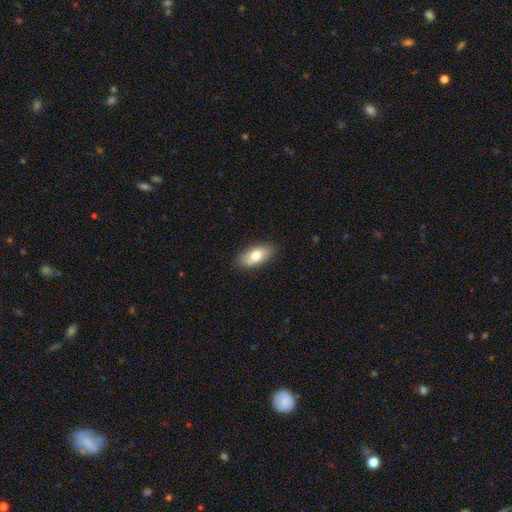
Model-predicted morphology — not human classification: This is likely a smooth galaxy (76%). How rounded: clearly in between (90%). Merging: clearly none (85%).